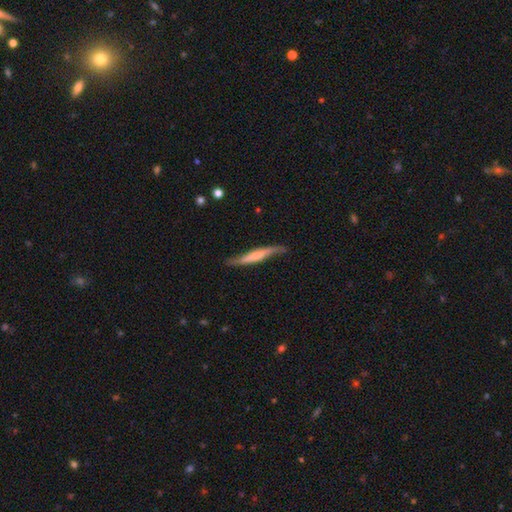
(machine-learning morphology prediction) This is possibly a featured or disk galaxy (56%). It is likely viewed edge-on (75%). Merging: likely none (69%).